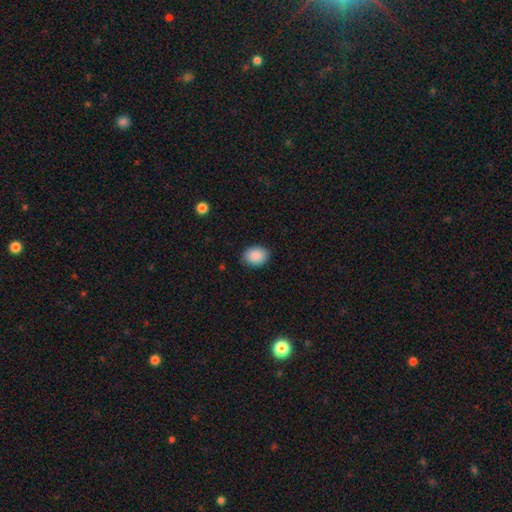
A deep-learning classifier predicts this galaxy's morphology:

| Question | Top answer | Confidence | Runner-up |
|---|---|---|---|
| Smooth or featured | smooth | 89% | star or artifact (7%) |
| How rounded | in between | 61% | round (38%) |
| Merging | none | 87% | minor disturbance (10%) |